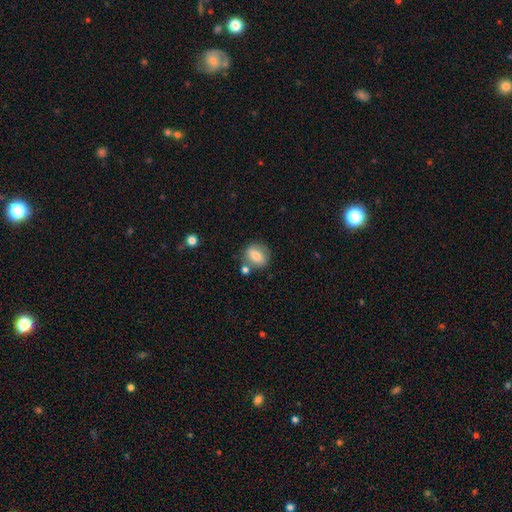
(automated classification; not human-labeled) smooth 70%, featured or disk 21%, star or artifact 9%. Down the decision tree: how rounded — round (56%); merging — none (68%).